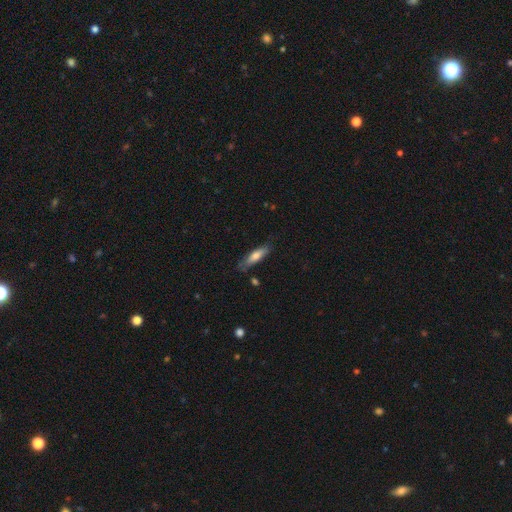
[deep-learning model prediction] This appears to be a smooth galaxy with no disk features (65%) that is cigar-shaped (68%). Merging: none (75%).